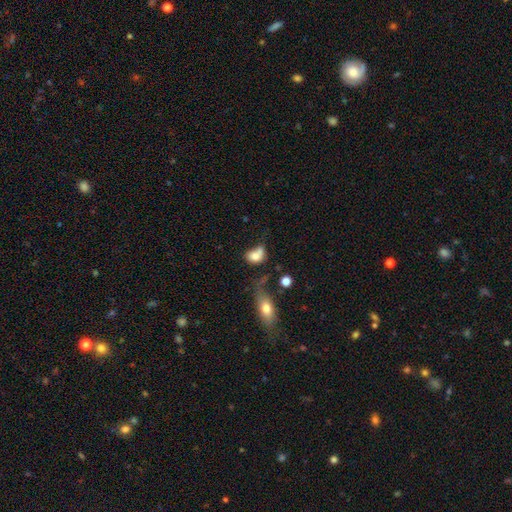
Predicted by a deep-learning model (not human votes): The model was most divided on "merging": merger: 40%, none: 27%, minor disturbance: 18%, major disturbance: 15%. More confident: smooth or featured — smooth (75%); how rounded — in between (65%).